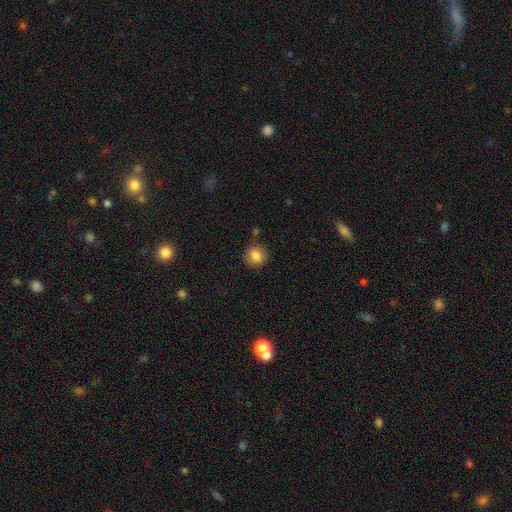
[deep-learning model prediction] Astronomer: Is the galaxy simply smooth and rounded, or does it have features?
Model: smooth — 85%.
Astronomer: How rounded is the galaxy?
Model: round — 83%.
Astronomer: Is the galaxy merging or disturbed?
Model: none — 84%.